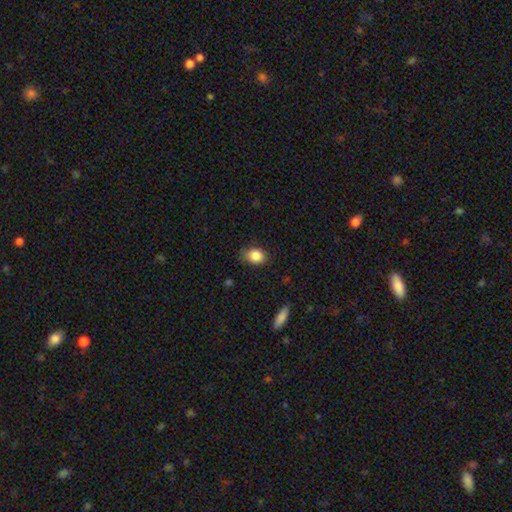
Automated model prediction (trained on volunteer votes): smooth 86%, star or artifact 9%, featured or disk 5%. Down the decision tree: how rounded — in between (63%); merging — none (76%).